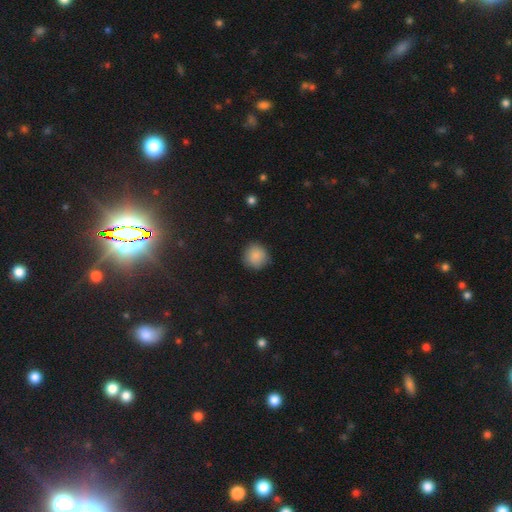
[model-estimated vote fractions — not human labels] This is clearly a smooth galaxy (87%). How rounded: clearly round (91%). Merging: clearly none (84%).